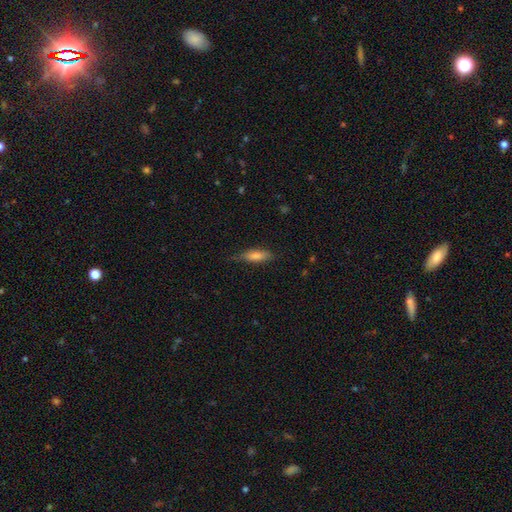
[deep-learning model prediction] Smooth or featured? smooth (67%)
How rounded? cigar-shaped (61%)
Merging? none (72%)